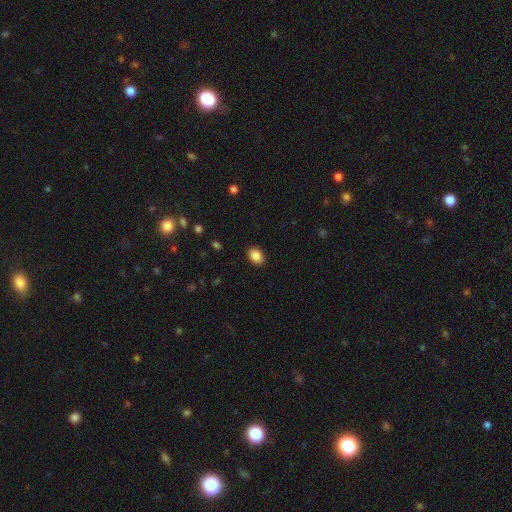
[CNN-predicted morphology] A smooth galaxy with no disk features (87%) that is in between round and cigar-shaped (76%). Merging: none (89%).